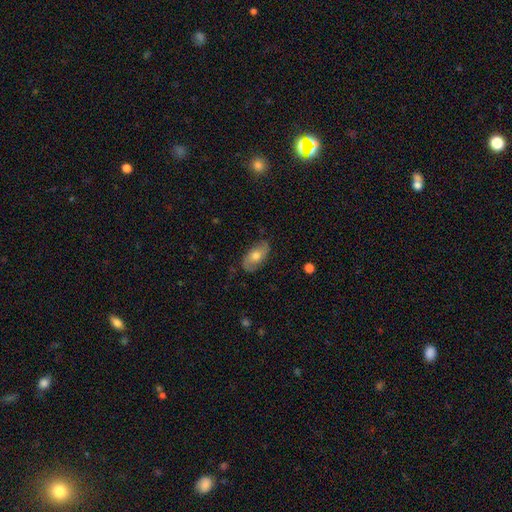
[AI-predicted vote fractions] Smooth or featured? Predicted: smooth (p=0.55). How rounded? Predicted: in between (p=0.91). Merging? Predicted: none (p=0.79).